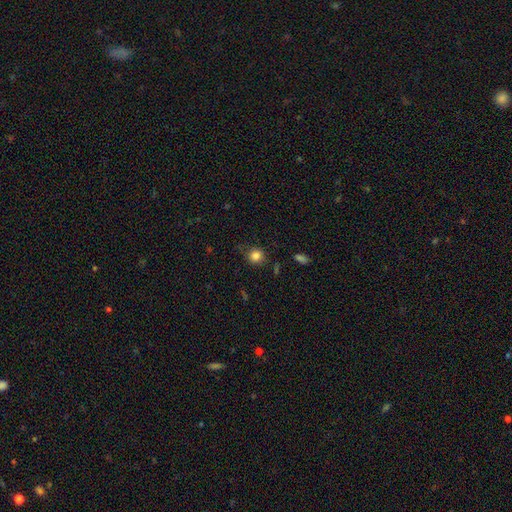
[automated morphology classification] smooth-or-featured: smooth: 83% | star or artifact: 12% | featured or disk: 6%
  how-rounded: round: 90% | in between: 9% | cigar-shaped: 1%
  merging: none: 76% | minor disturbance: 17% | major disturbance: 4% | merger: 2%